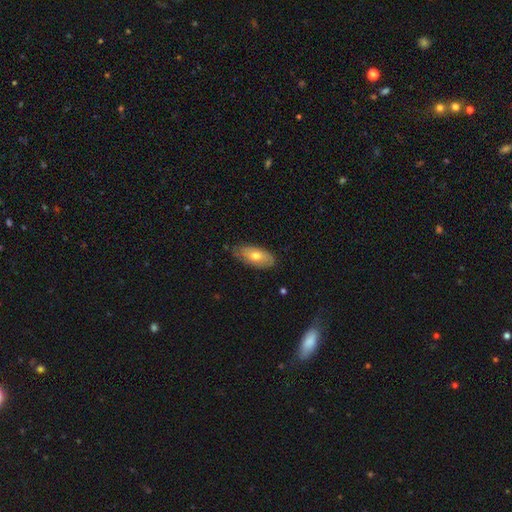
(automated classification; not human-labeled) smooth 61%, featured or disk 33%, star or artifact 6%. Down the decision tree: how rounded — in between (89%); merging — none (71%).